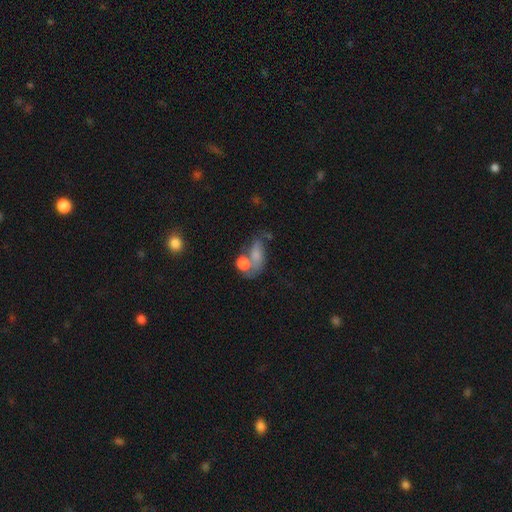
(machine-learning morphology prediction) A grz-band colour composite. It shows a smooth galaxy with no disk features (64%) that is in between round and cigar-shaped (75%). Merging: merger (46%).